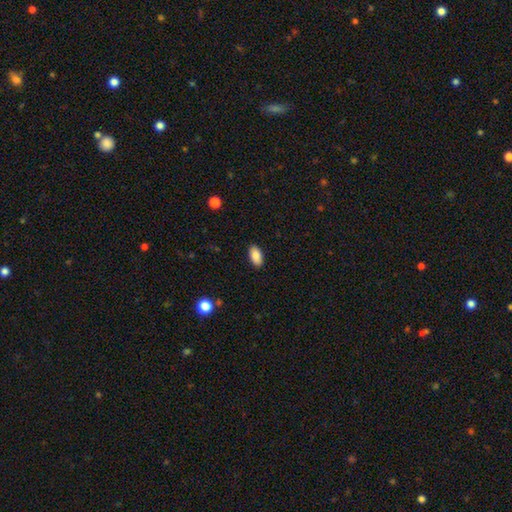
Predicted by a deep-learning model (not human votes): This appears to be a smooth galaxy with no disk features (88%) that is in between round and cigar-shaped (93%). Merging: none (89%).